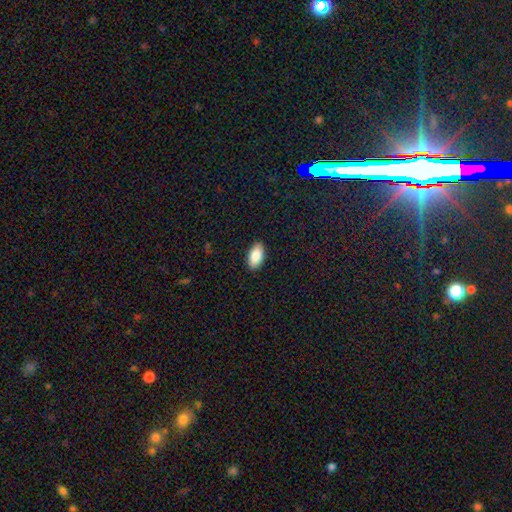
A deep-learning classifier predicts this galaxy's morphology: Smooth or featured? smooth (85%)
How rounded? in between (94%)
Merging? none (89%)